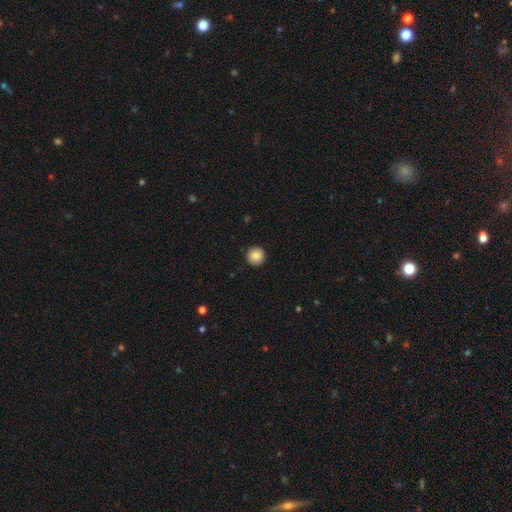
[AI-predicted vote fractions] smooth-or-featured: smooth: 85% | star or artifact: 8% | featured or disk: 6%
  how-rounded: round: 95% | in between: 4% | cigar-shaped: 1%
  merging: none: 92% | minor disturbance: 6% | major disturbance: 2% | merger: 1%